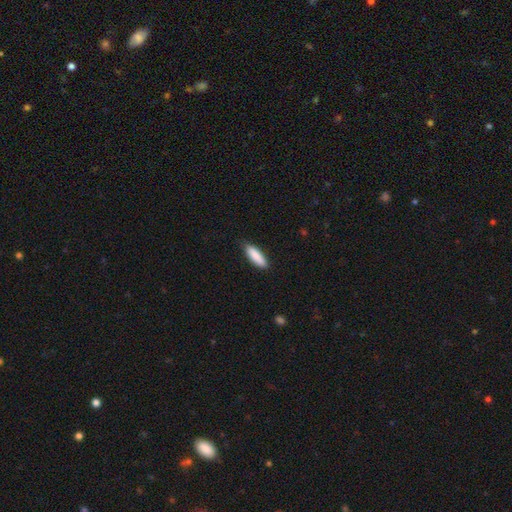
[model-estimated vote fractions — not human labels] The model was most divided on "how rounded" (2-way tie): in between: 49%, cigar-shaped: 49%, round: 2%. More confident: smooth or featured — smooth (88%); merging — none (83%).